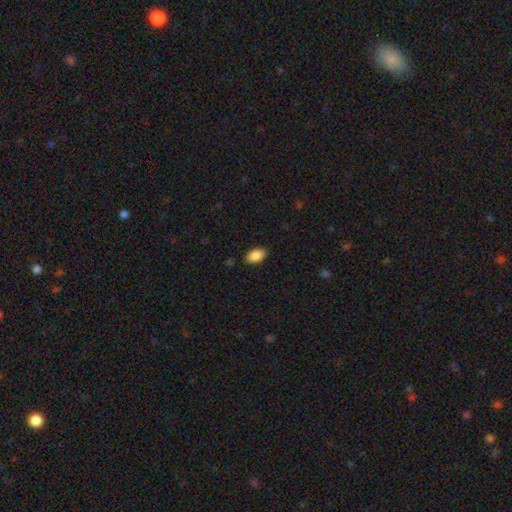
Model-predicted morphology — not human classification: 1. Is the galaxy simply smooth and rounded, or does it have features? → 88% smooth, 7% star or artifact, 5% featured or disk.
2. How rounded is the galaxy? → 93% in between, 5% round, 2% cigar-shaped.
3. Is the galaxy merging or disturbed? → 87% none, 10% minor disturbance, 2% major disturbance, 1% merger.